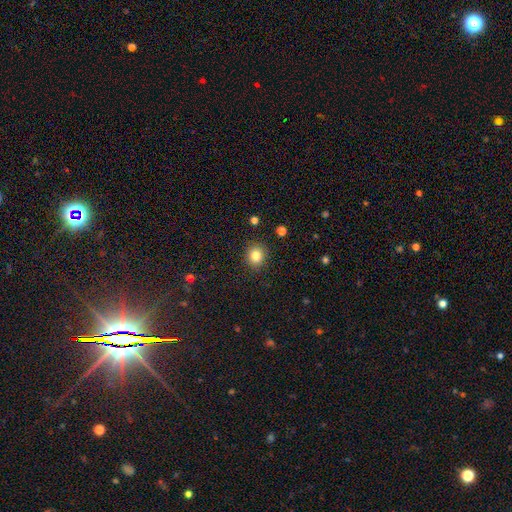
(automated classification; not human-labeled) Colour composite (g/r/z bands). It shows a smooth galaxy with no disk features (82%) that is round (82%). Merging: none (90%).